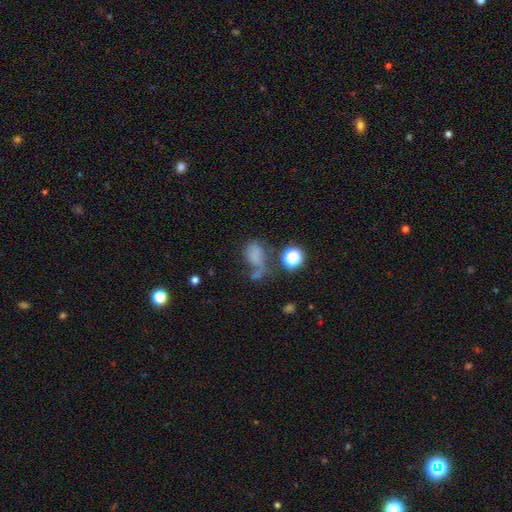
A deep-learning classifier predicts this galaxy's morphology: Smooth or featured? Predicted: smooth (p=0.56). How rounded? Predicted: in between (p=0.72). Merging? Predicted: major disturbance (p=0.32).